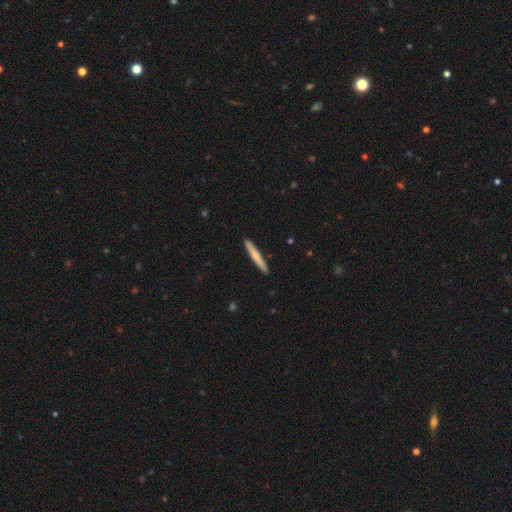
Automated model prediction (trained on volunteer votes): Smooth or featured: smooth — 65% (featured or disk — 30%)
How rounded: cigar-shaped — 96% (in between — 3%)
Merging: none — 92% (minor disturbance — 6%)